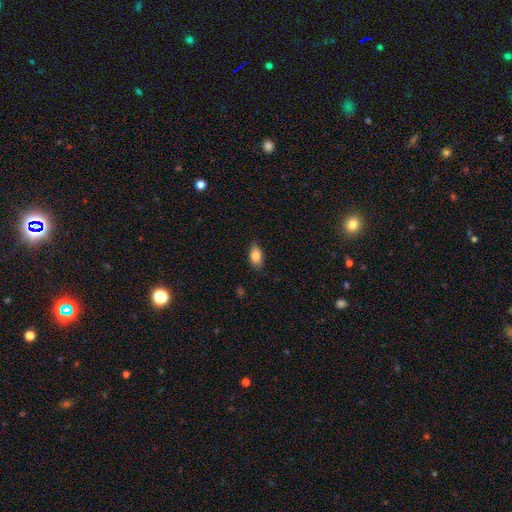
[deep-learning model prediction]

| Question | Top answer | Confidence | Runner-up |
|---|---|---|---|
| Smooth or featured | smooth | 84% | featured or disk (8%) |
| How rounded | in between | 89% | round (7%) |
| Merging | none | 79% | minor disturbance (17%) |